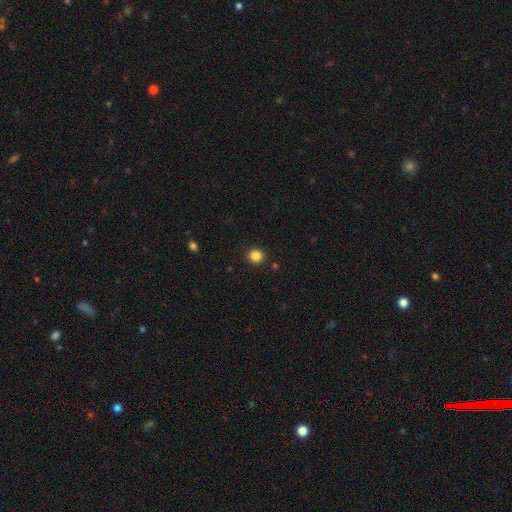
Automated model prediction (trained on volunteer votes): smooth-or-featured: smooth: 85% | star or artifact: 11% | featured or disk: 4%
  how-rounded: round: 85% | in between: 14% | cigar-shaped: 1%
  merging: none: 91% | minor disturbance: 5% | major disturbance: 2% | merger: 1%